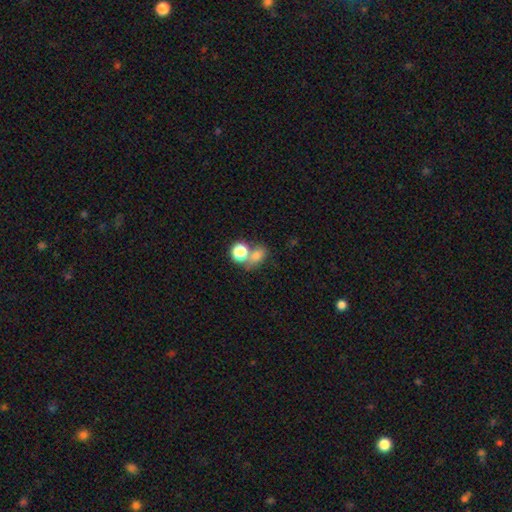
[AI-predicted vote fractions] This appears to be a smooth galaxy with no disk features (72%) that is in between round and cigar-shaped (54%). Merging: none (45%).